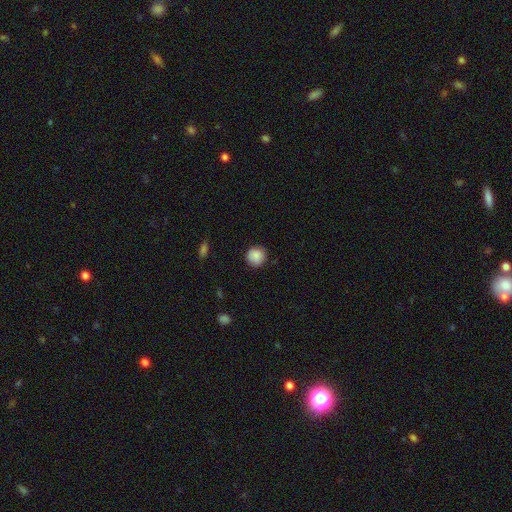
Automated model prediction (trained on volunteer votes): Smooth or featured? smooth (88%)
How rounded? round (93%)
Merging? none (86%)